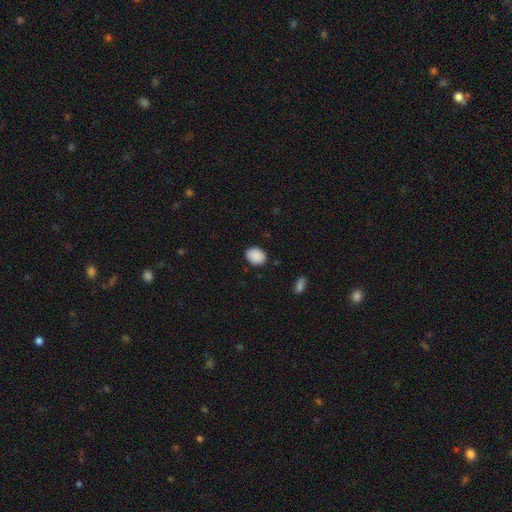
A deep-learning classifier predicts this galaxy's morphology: Smooth or featured: smooth — 90% (star or artifact — 7%)
How rounded: in between — 62% (round — 37%)
Merging: none — 86% (minor disturbance — 11%)